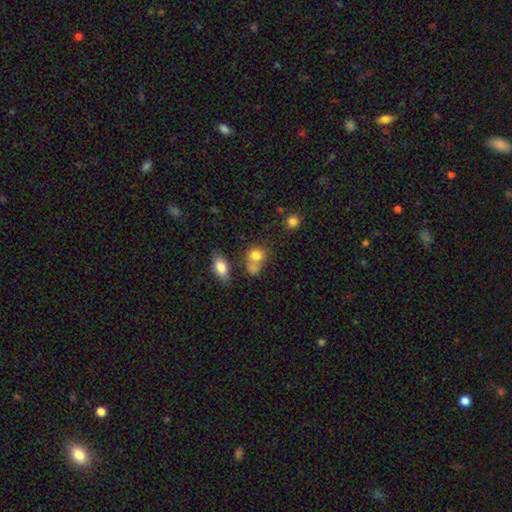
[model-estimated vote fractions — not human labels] Q: Smooth or featured?
A: smooth (80%); runner-up: star or artifact (11%)
Q: How rounded?
A: round (61%); runner-up: in between (37%)
Q: Merging?
A: none (43%); runner-up: merger (38%)